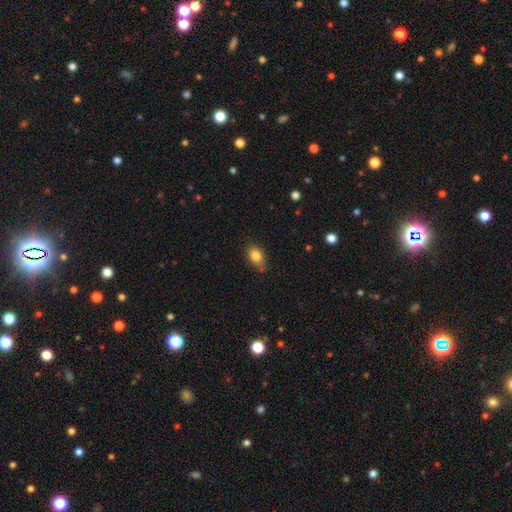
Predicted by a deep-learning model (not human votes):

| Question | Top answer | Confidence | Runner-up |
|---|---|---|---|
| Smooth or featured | smooth | 84% | star or artifact (9%) |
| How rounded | in between | 78% | round (20%) |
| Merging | none | 71% | minor disturbance (23%) |